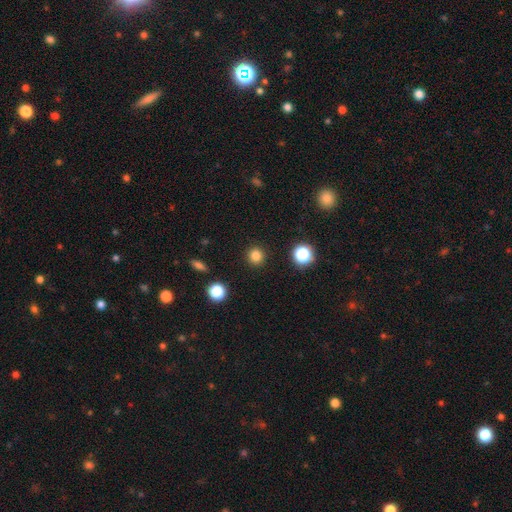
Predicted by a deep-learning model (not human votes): Smooth or featured: smooth — 82% (star or artifact — 13%)
How rounded: round — 93% (in between — 6%)
Merging: none — 92% (minor disturbance — 5%)